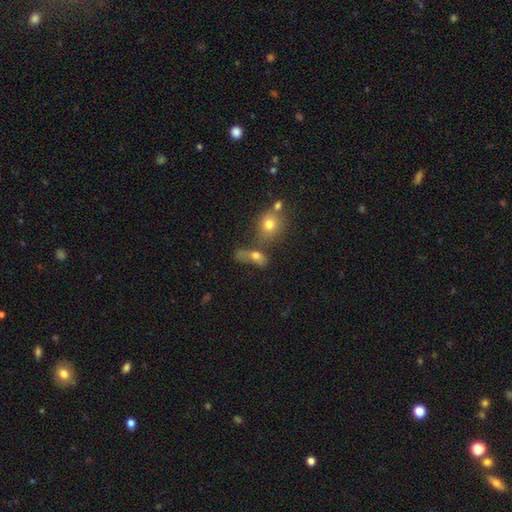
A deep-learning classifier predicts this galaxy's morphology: This is likely a smooth galaxy (67%). How rounded: likely in between (64%). Merging: marginally merger (36%).